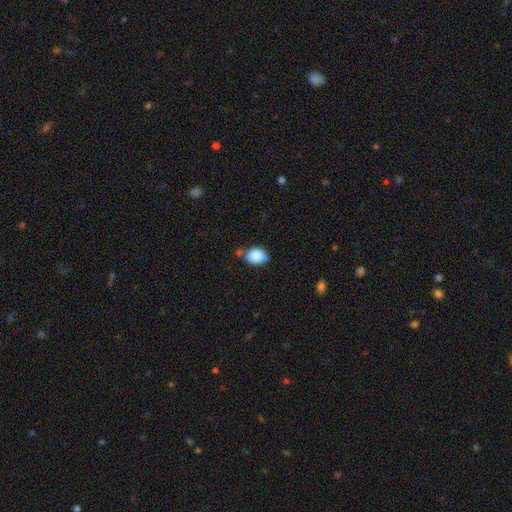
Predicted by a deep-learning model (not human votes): Q: Smooth or featured?
A: smooth (86%); runner-up: star or artifact (8%)
Q: How rounded?
A: in between (57%); runner-up: round (42%)
Q: Merging?
A: none (65%); runner-up: minor disturbance (21%)